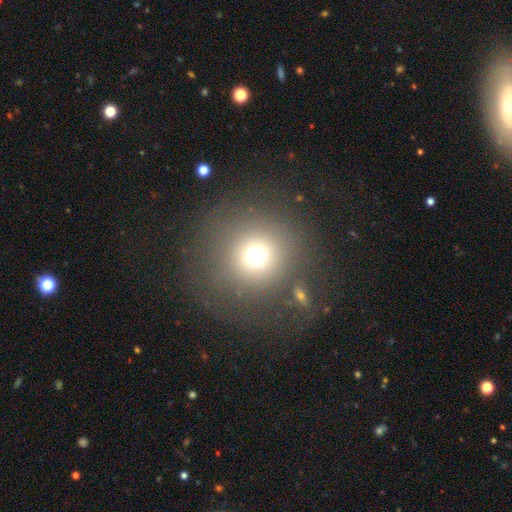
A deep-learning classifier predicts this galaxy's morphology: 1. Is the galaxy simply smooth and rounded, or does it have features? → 68% smooth, 23% star or artifact, 9% featured or disk.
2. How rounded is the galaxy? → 92% round, 7% in between, 1% cigar-shaped.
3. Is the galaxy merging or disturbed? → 76% none, 9% minor disturbance, 9% merger, 7% major disturbance.